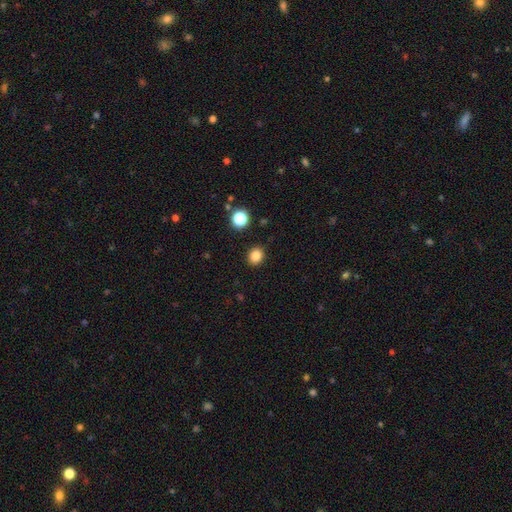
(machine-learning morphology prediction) A smooth galaxy with no disk features (84%) that is round (60%).

Vote fractions:
- Smooth or featured? smooth: 84% / star or artifact: 12% / featured or disk: 4%
- How rounded? round: 60% / in between: 39% / cigar-shaped: 1%
- Merging? none: 89% / minor disturbance: 7% / major disturbance: 2% / merger: 2%